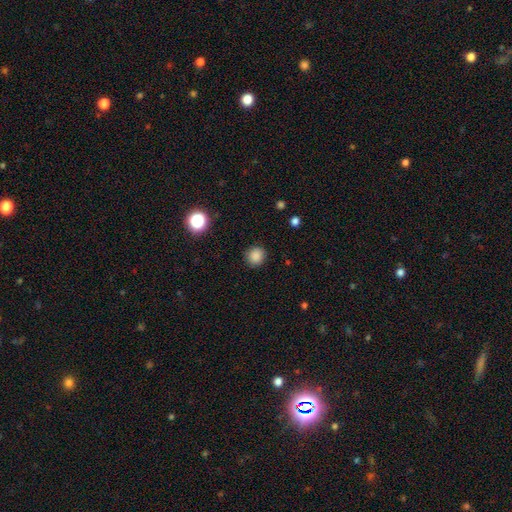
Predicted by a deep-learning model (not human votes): Smooth or featured?
  - smooth: 86% *
  - star or artifact: 11%
  - featured or disk: 3%
How rounded?
  - round: 91% *
  - in between: 8%
  - cigar-shaped: 1%
Merging?
  - none: 89% *
  - minor disturbance: 7%
  - major disturbance: 2%
  - merger: 1%